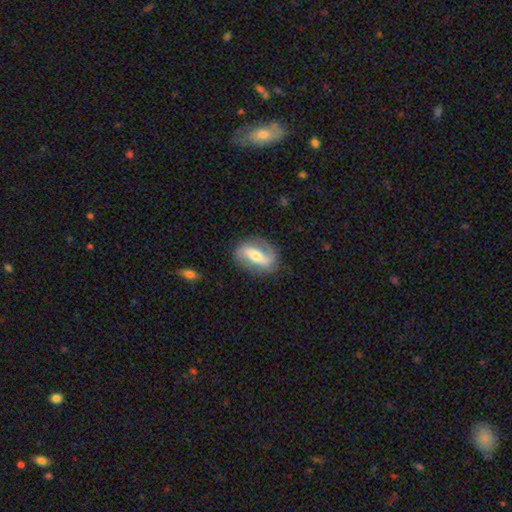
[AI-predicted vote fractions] Overall: featured or disk (69%). Edge-on disk: no (89%). Bar: strong (55%; weak 27%). Spiral arms: yes (77%). Bulge size: moderate (65%). Merging: none (80%).